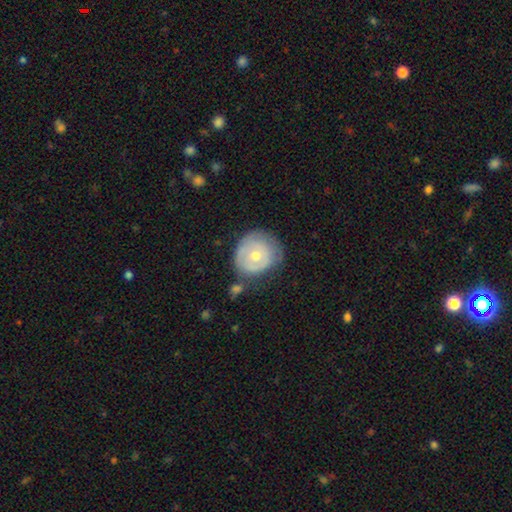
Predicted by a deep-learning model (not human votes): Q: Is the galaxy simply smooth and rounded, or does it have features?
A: featured or disk — 49%.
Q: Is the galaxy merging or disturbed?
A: none — 57%.